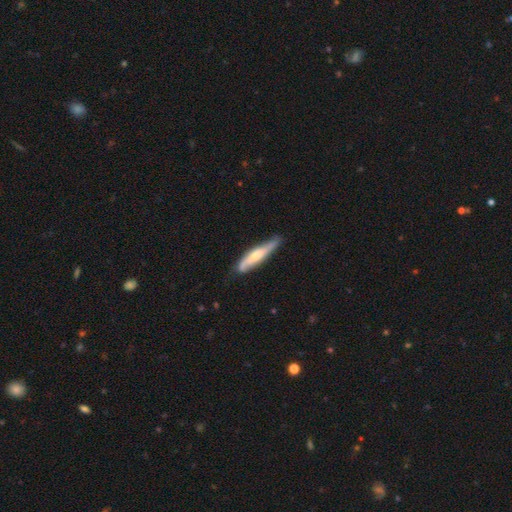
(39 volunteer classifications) Q: Smooth or featured?
A: smooth (51%); runner-up: featured or disk (46%)
Q: How rounded?
A: cigar-shaped (85%); runner-up: in between (15%)
Q: Merging?
A: none (47%); runner-up: minor disturbance (42%)